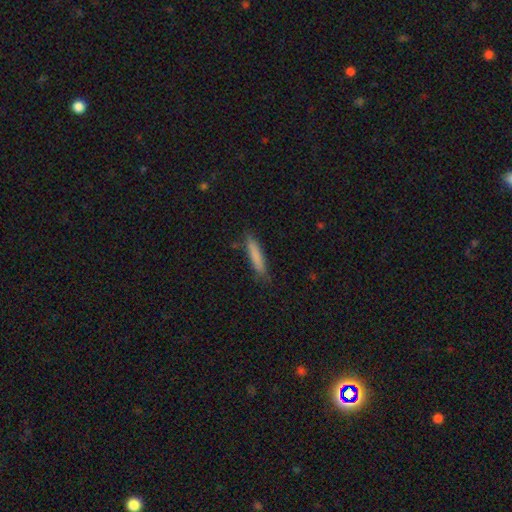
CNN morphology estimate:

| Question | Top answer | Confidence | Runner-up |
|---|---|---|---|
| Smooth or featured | smooth | 80% | featured or disk (13%) |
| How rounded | cigar-shaped | 89% | in between (10%) |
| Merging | none | 82% | minor disturbance (14%) |